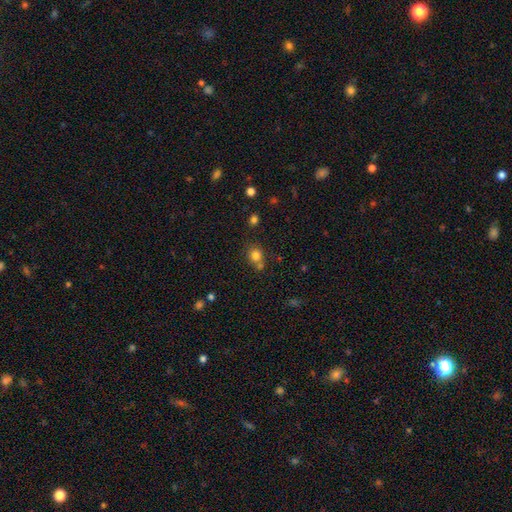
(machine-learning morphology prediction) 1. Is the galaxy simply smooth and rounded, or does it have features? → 79% smooth, 14% star or artifact, 7% featured or disk.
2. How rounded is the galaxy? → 80% round, 19% in between, 1% cigar-shaped.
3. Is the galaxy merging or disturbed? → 60% none, 25% merger, 11% minor disturbance, 4% major disturbance.